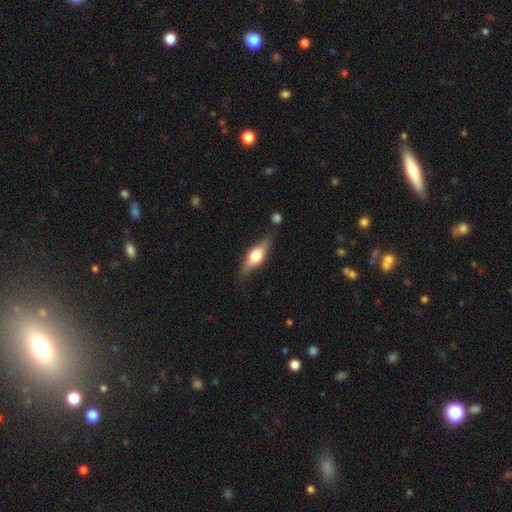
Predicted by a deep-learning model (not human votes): This is possibly a featured or disk galaxy (52%). It is clearly viewed edge-on (90%). Merging: clearly none (80%).